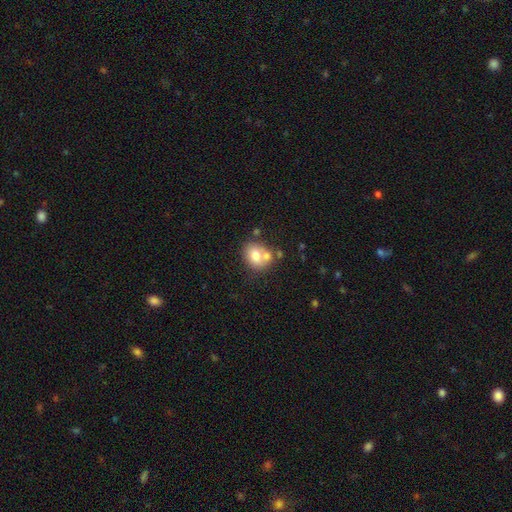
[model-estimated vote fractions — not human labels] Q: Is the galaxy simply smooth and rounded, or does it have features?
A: smooth — 71%.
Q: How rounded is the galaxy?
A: round — 50%.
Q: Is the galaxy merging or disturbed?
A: none — 45%.